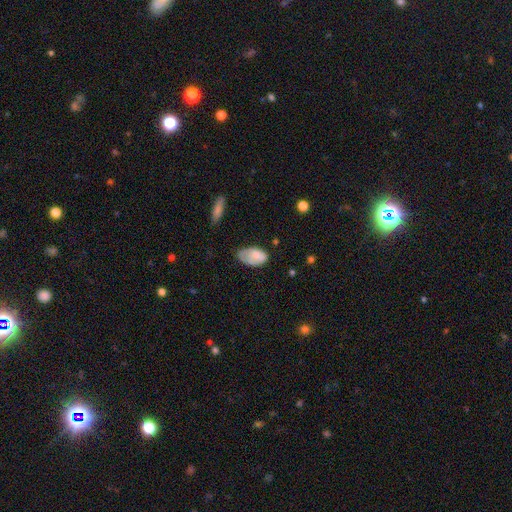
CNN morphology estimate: type=smooth (73%); roundness=in between (93%); merging=none (45%).